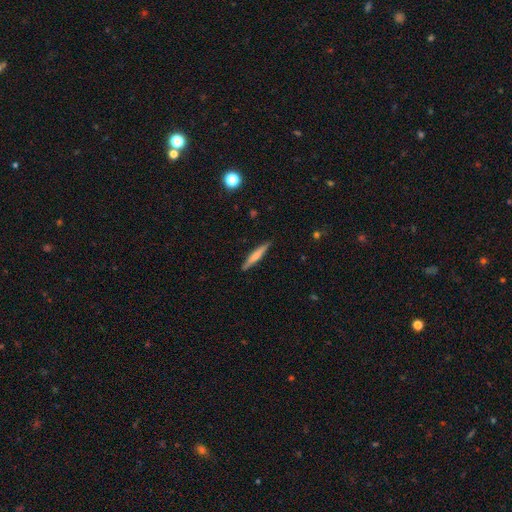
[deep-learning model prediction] A smooth galaxy with no disk features (61%) that is cigar-shaped (93%). Merging: none (89%).